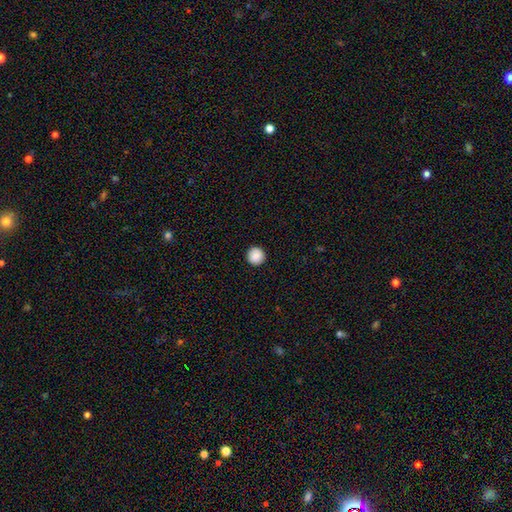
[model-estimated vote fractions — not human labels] This is clearly a smooth galaxy (88%). How rounded: clearly round (96%). Merging: clearly none (93%).